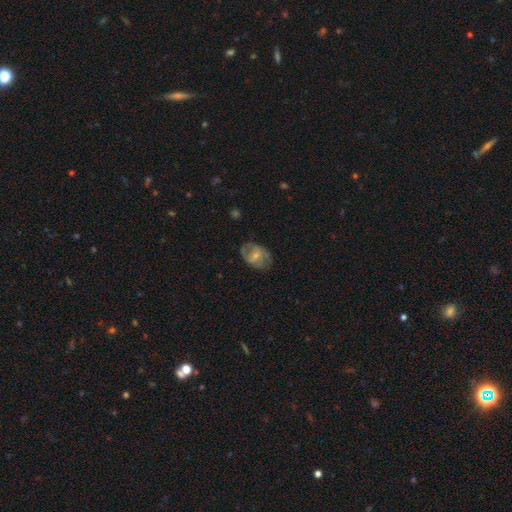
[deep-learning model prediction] This appears to be a featured or disk galaxy (47%). Merging: none (59%).